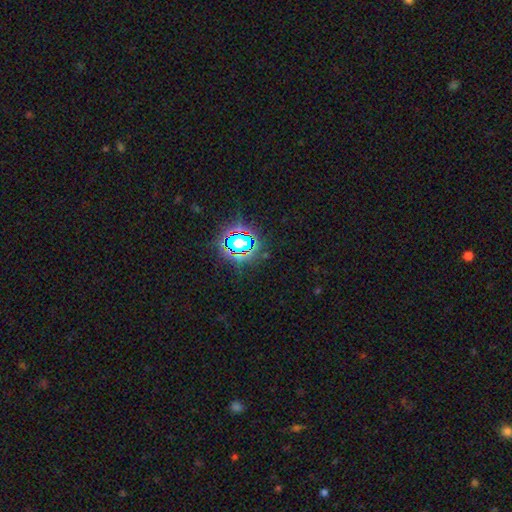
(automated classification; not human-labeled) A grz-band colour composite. It shows a star or artifact, not a galaxy (78%).